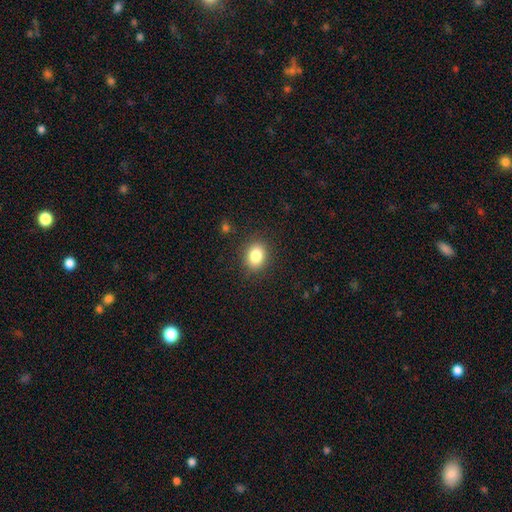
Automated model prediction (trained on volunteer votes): A smooth galaxy with no disk features (83%) that is round (53%).

Vote fractions:
- Smooth or featured? smooth: 83% / star or artifact: 10% / featured or disk: 7%
- How rounded? round: 53% / in between: 46% / cigar-shaped: 1%
- Merging? none: 88% / minor disturbance: 8% / major disturbance: 3% / merger: 1%